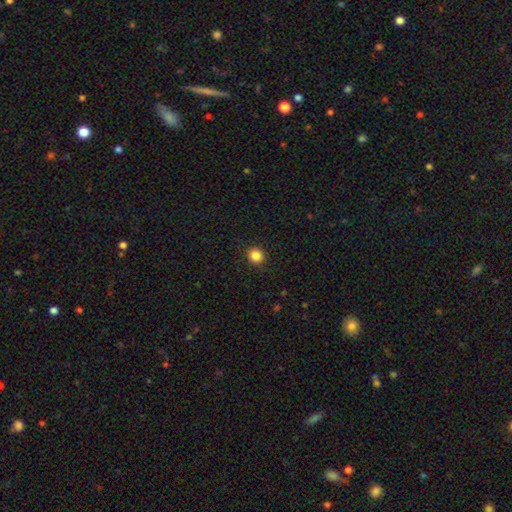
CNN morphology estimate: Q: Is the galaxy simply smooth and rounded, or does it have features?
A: smooth — 85%.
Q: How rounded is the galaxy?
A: round — 85%.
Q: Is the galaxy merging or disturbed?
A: none — 92%.